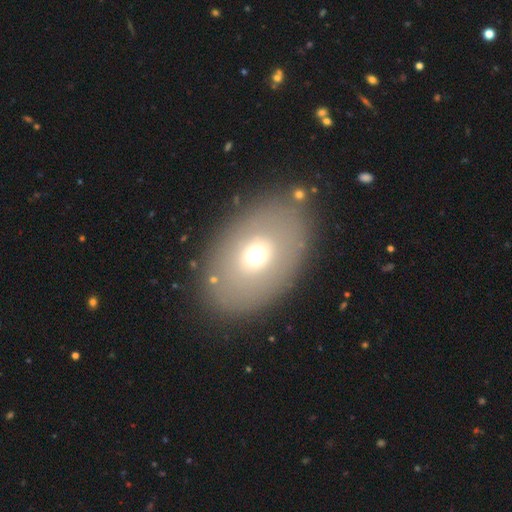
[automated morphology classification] Smooth or featured?
  - smooth: 60% *
  - featured or disk: 29%
  - star or artifact: 11%
How rounded?
  - in between: 80% *
  - round: 19%
  - cigar-shaped: 1%
Merging?
  - none: 83% *
  - minor disturbance: 10%
  - major disturbance: 5%
  - merger: 2%